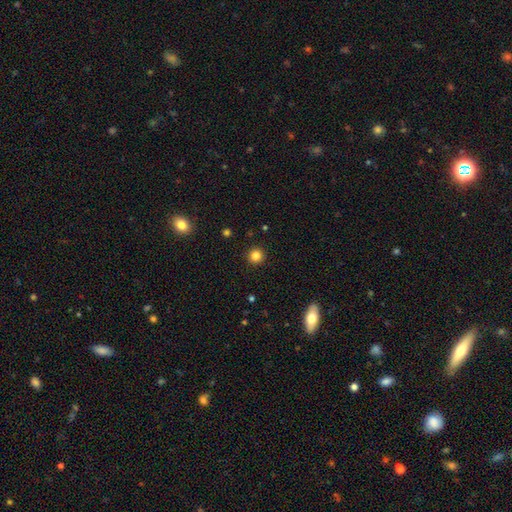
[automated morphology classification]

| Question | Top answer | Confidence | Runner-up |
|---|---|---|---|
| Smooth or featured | smooth | 83% | star or artifact (12%) |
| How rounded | round | 94% | in between (5%) |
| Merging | none | 93% | minor disturbance (5%) |